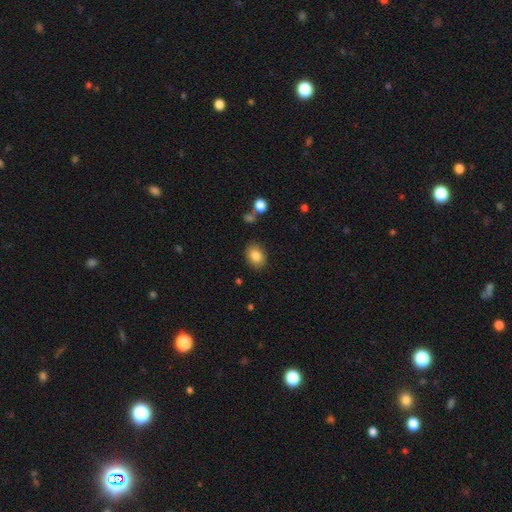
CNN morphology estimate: Overall: smooth (84%). How rounded: in between (62%; round 37%). Merging: none (86%).